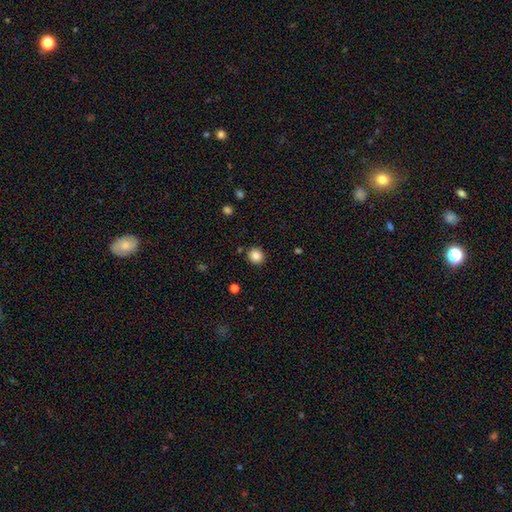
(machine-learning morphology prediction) Smooth or featured?
  - smooth: 84% *
  - star or artifact: 11%
  - featured or disk: 5%
How rounded?
  - round: 85% *
  - in between: 15%
  - cigar-shaped: 1%
Merging?
  - none: 89% *
  - minor disturbance: 7%
  - merger: 2%
  - major disturbance: 2%